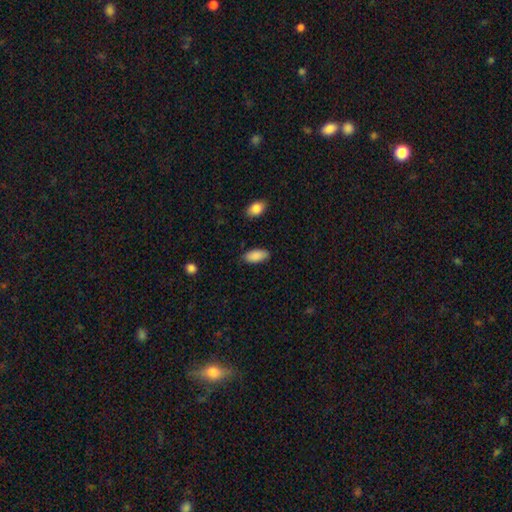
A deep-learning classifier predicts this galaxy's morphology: This appears to be a smooth galaxy with no disk features (89%) that is in between round and cigar-shaped (90%). Merging: none (84%).